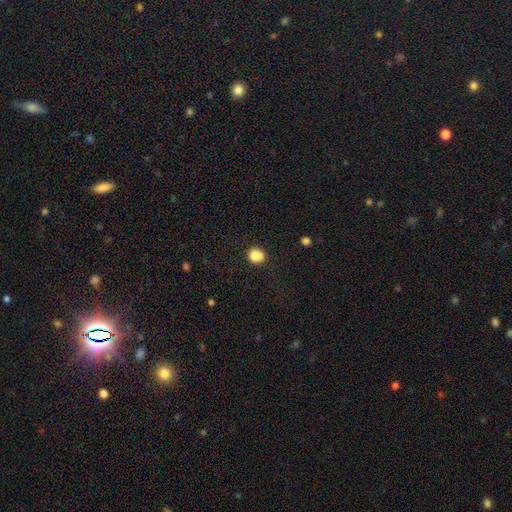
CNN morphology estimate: smooth 81%, star or artifact 10%, featured or disk 9%. Down the decision tree: how rounded — round (74%); merging — none (56%).